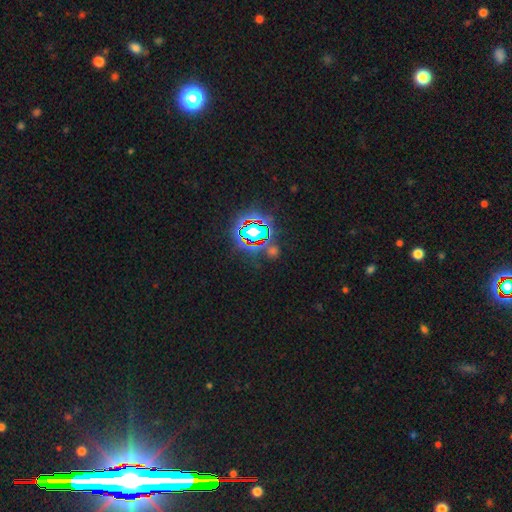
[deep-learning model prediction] star or artifact 82%, smooth 11%, featured or disk 8%.